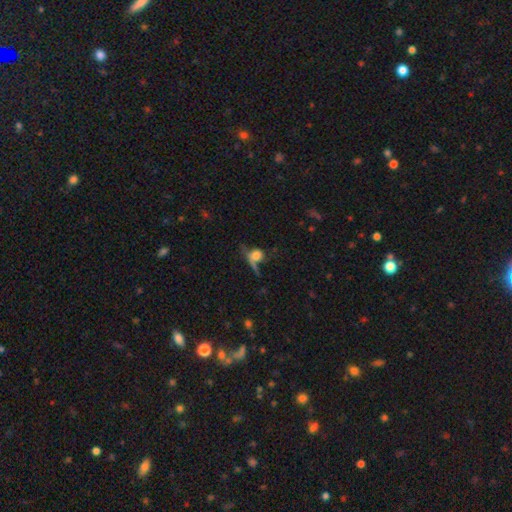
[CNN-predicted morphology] Smooth or featured? smooth (61%)
How rounded? round (65%)
Merging? none (41%)